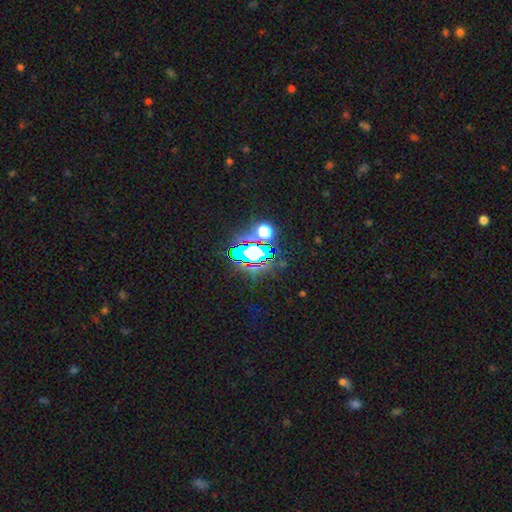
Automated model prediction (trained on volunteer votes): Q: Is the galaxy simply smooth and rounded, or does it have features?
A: star or artifact — 68%.